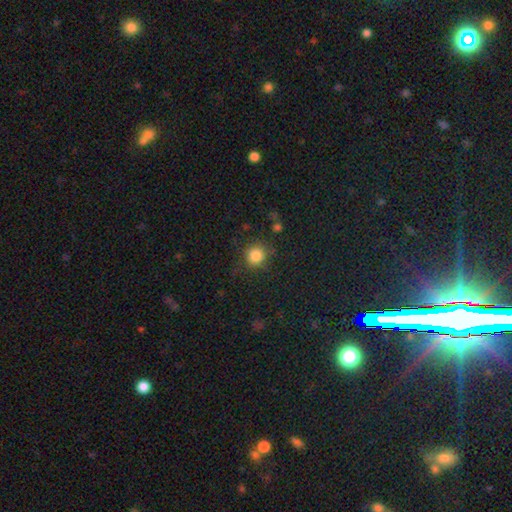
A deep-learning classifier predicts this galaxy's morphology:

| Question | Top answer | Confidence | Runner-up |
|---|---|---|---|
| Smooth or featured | smooth | 84% | star or artifact (11%) |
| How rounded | round | 91% | in between (8%) |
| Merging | none | 83% | minor disturbance (11%) |